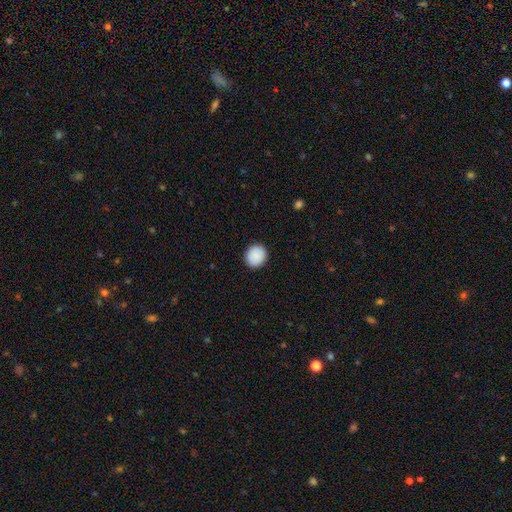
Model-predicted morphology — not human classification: The model was most divided on "how rounded": round: 85%, in between: 14%, cigar-shaped: 1%. More confident: merging — none (92%); smooth or featured — smooth (89%).